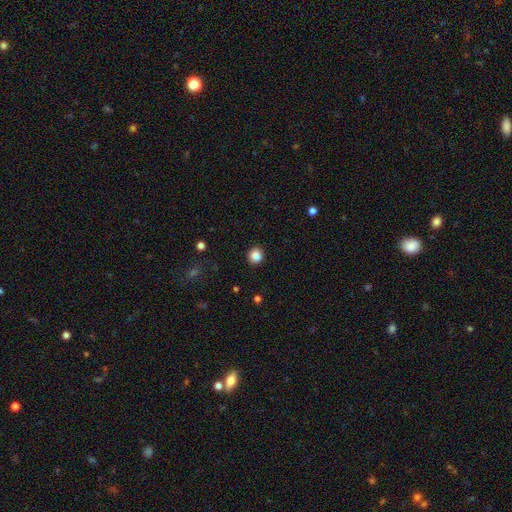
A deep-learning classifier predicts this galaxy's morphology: A smooth galaxy with no disk features (86%) that is round (88%). Merging: none (92%).